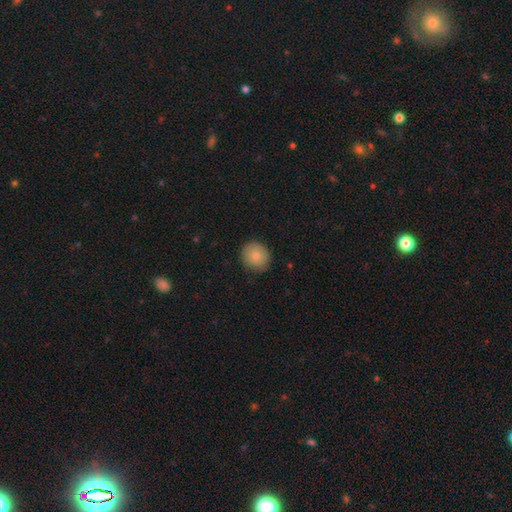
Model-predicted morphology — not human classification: type=smooth (87%); roundness=round (83%); merging=none (87%).